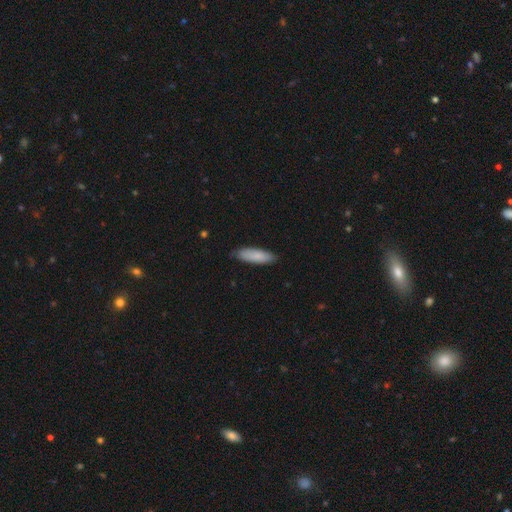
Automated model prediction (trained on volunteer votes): smooth 86%, featured or disk 9%, star or artifact 5%. Down the decision tree: how rounded — in between (50%); merging — none (81%).